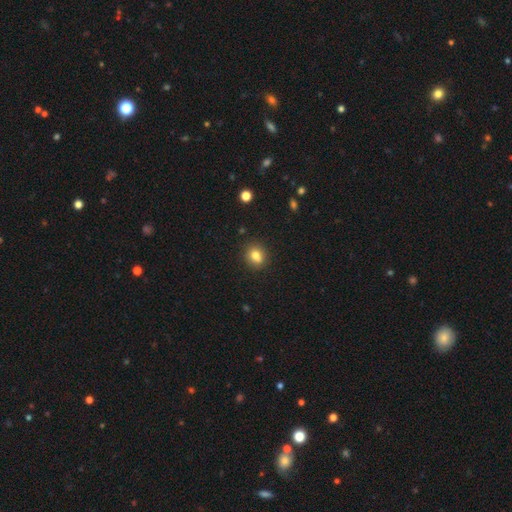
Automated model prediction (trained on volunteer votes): A smooth galaxy with no disk features (80%) that is round (69%). Merging: none (82%).